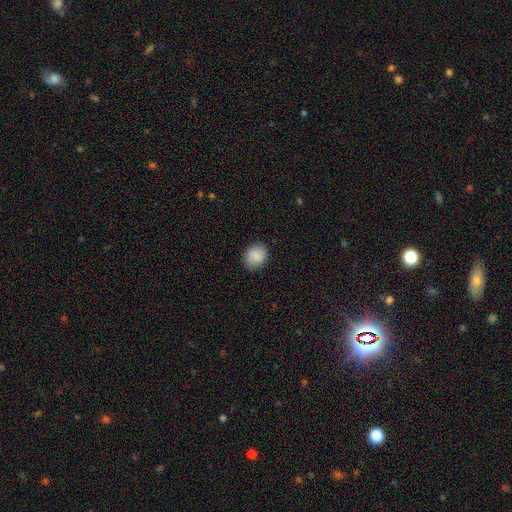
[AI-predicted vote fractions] smooth_or_featured: smooth (p=0.86) [alt: star or artifact p=0.08]
how_rounded: round (p=0.63) [alt: in between p=0.36]
merging: none (p=0.85) [alt: minor disturbance p=0.11]